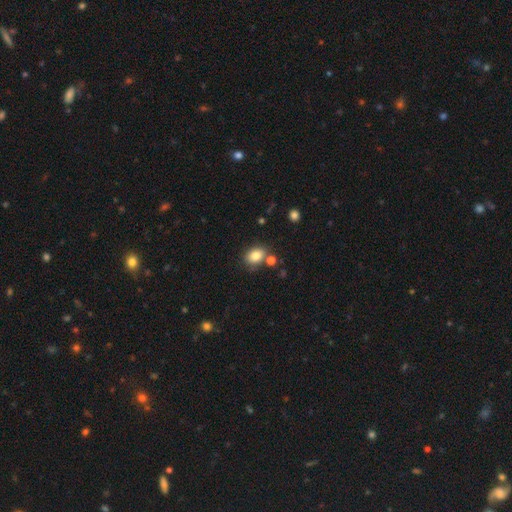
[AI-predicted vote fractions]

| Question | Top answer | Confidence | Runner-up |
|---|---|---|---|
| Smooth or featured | smooth | 84% | star or artifact (9%) |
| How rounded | in between | 71% | round (28%) |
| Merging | none | 69% | minor disturbance (14%) |